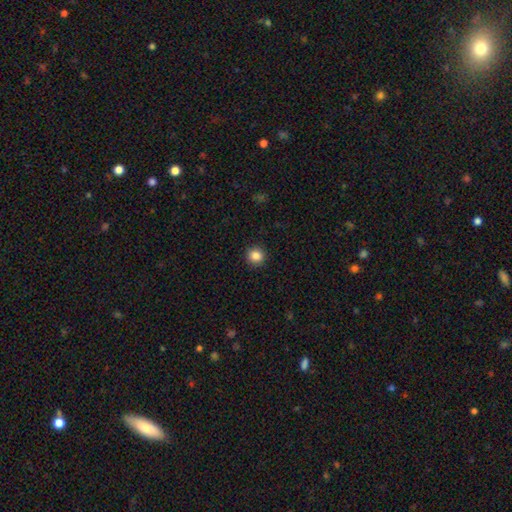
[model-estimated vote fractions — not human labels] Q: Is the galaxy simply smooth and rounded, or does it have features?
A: smooth — 86%.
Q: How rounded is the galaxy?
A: round — 93%.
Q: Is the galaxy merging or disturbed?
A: none — 93%.